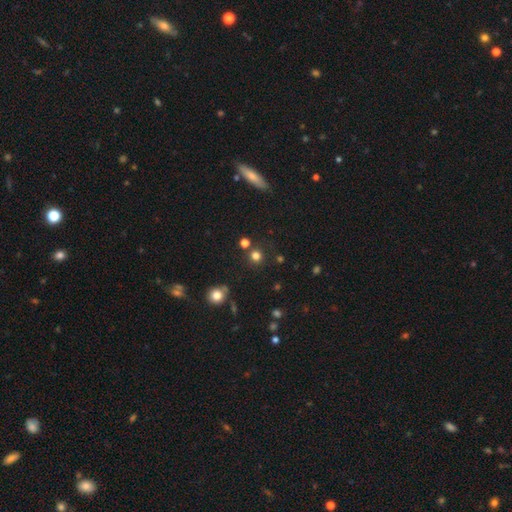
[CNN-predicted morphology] smooth 76%, star or artifact 19%, featured or disk 6%. Down the decision tree: how rounded — round (92%); merging — none (82%).